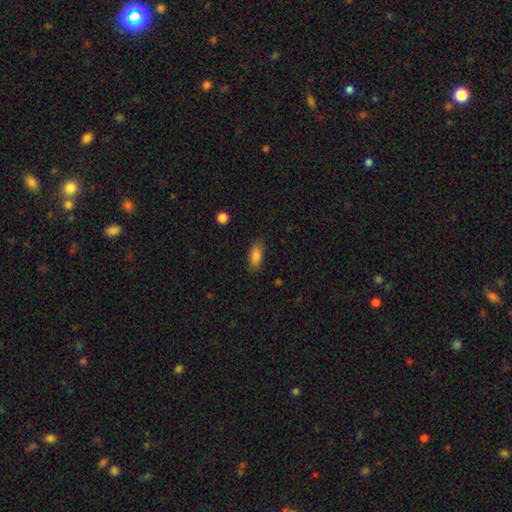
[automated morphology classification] Smooth or featured? smooth (84%)
How rounded? in between (83%)
Merging? none (79%)